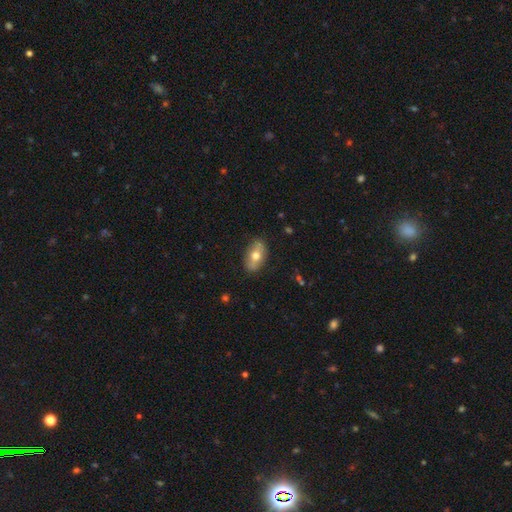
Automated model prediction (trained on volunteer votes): Smooth or featured? smooth (55%)
How rounded? in between (87%)
Merging? none (83%)